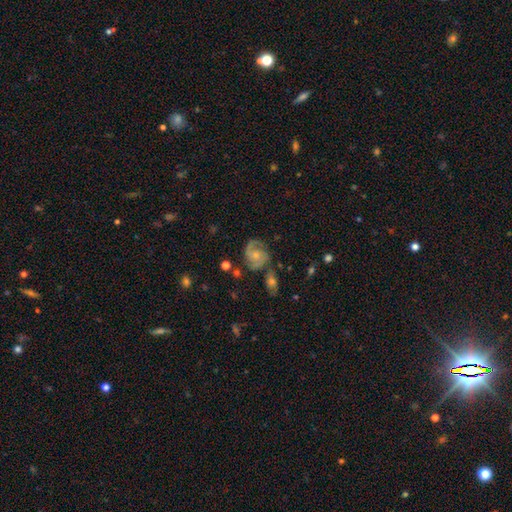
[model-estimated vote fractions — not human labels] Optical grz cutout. It shows a featured or disk galaxy (74%) with no bar (64%), 2 (69%) medium (49%) spiral arms (94%) and a small central bulge (47%). Merging: none (61%).